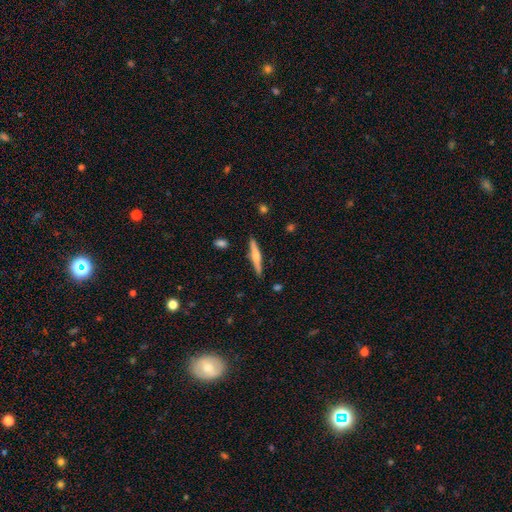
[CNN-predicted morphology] Smooth or featured?
  - featured or disk: 55% *
  - smooth: 39%
  - star or artifact: 6%
Edge-on disk?
  - yes: 97% *
  - no: 3%
Edge-on bulge?
  - rounded: 71% *
  - boxy: 18%
  - none: 11%
Merging?
  - none: 89% *
  - minor disturbance: 8%
  - major disturbance: 2%
  - merger: 2%